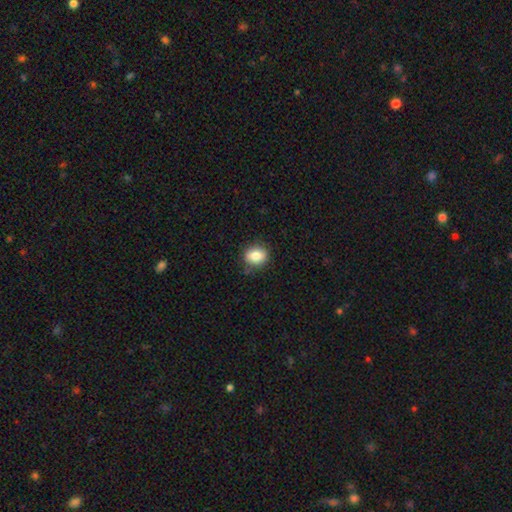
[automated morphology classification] smooth 84%, star or artifact 9%, featured or disk 7%. Down the decision tree: how rounded — round (58%); merging — none (84%).